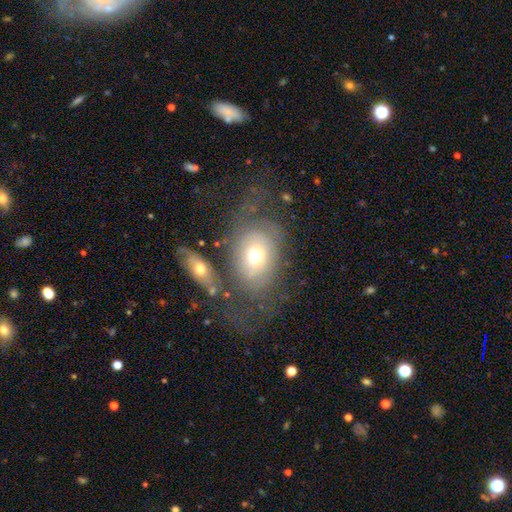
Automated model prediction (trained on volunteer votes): This is possibly a smooth galaxy (59%). How rounded: likely in between (64%). Merging: possibly none (46%).